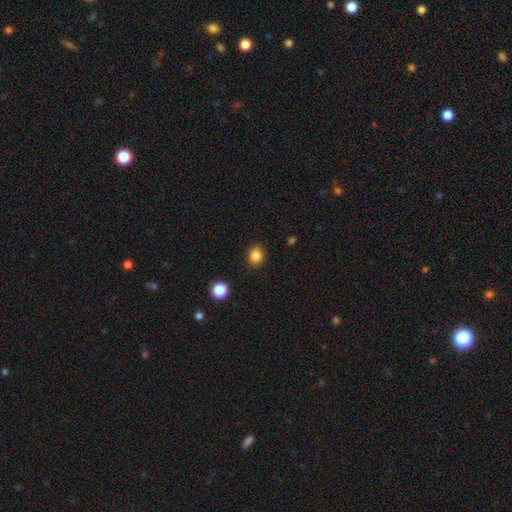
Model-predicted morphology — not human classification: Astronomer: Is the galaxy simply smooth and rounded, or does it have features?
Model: smooth — 84%.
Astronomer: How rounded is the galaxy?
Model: round — 60% (runner-up: in between, 39%).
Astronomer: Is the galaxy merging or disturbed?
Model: none — 88%.